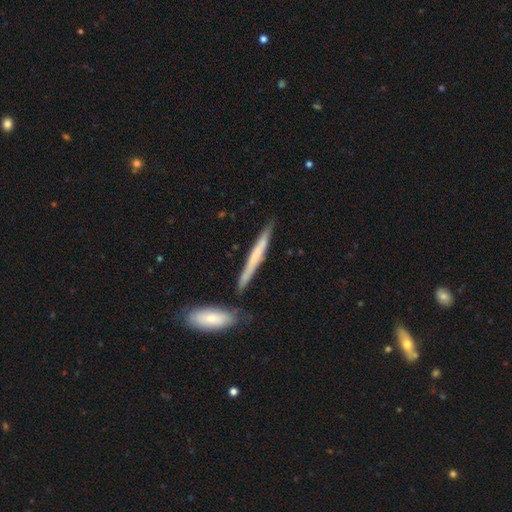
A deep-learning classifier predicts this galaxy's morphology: This appears to be a smooth galaxy with no disk features (51%) that is cigar-shaped (95%). Merging: none (78%).